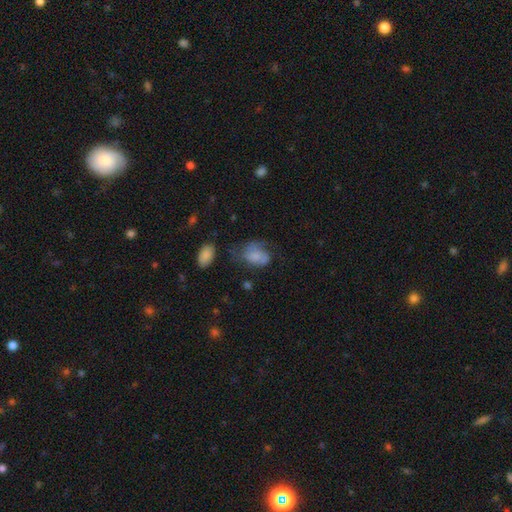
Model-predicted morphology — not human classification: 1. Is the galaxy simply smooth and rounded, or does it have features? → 67% smooth, 23% featured or disk, 9% star or artifact.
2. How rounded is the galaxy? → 76% in between, 23% round, 1% cigar-shaped.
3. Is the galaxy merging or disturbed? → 34% none, 30% minor disturbance, 30% major disturbance, 6% merger.